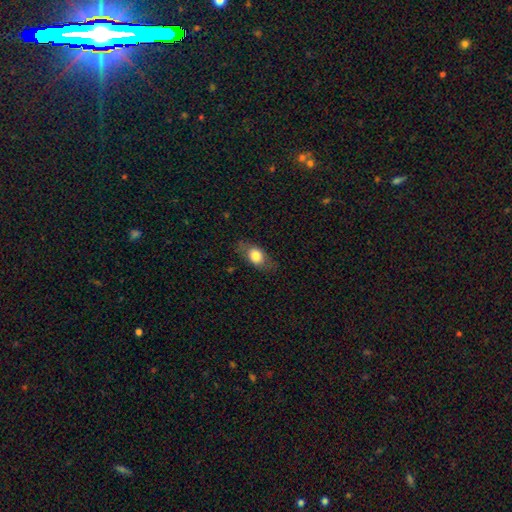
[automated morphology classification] Smooth or featured? smooth (71%)
How rounded? in between (74%)
Merging? none (76%)